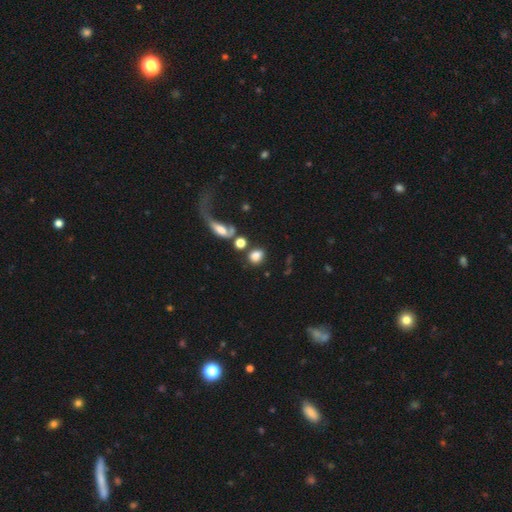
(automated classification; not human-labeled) The model was most divided on "how rounded": round: 51%, in between: 46%, cigar-shaped: 3%. More confident: smooth or featured — smooth (79%); merging — none (55%).